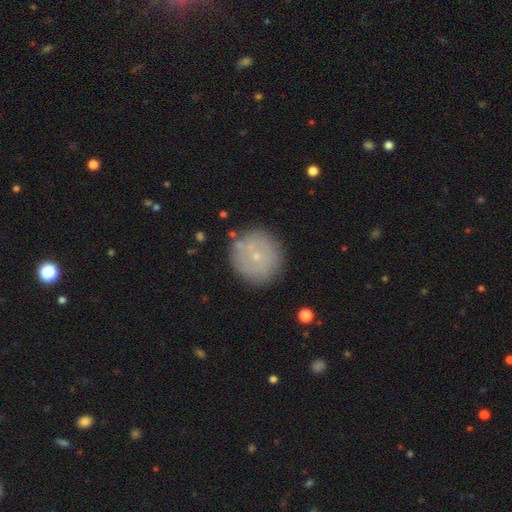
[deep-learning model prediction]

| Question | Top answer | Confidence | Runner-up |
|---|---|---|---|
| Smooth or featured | smooth | 56% | featured or disk (34%) |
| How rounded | round | 94% | in between (5%) |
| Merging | none | 84% | minor disturbance (10%) |